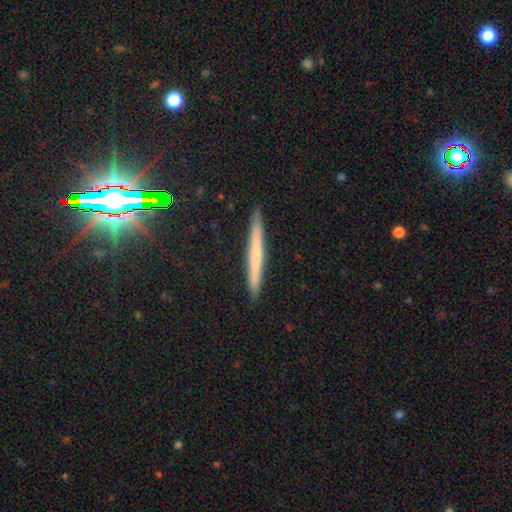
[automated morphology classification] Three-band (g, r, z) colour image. It shows a smooth galaxy with no disk features (52%) that is cigar-shaped (97%). Merging: none (92%).